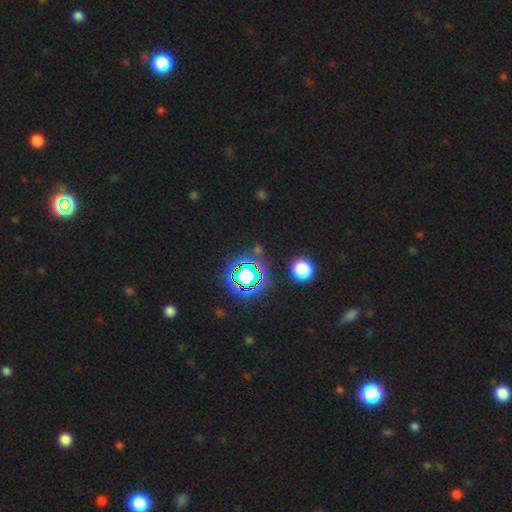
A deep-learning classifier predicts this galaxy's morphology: Smooth or featured? Predicted: star or artifact (p=0.77).